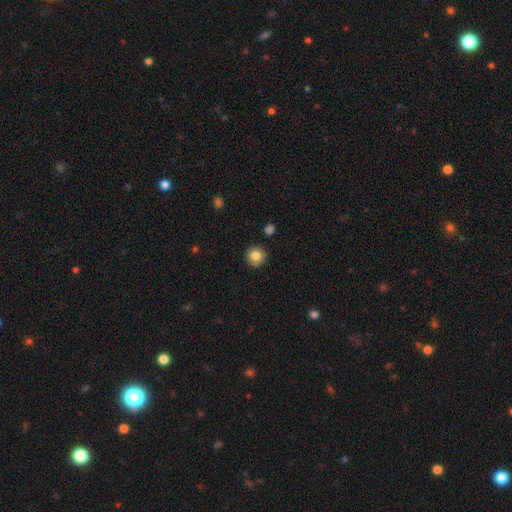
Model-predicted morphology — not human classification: Q: Smooth or featured?
A: smooth (84%); runner-up: star or artifact (10%)
Q: How rounded?
A: round (92%); runner-up: in between (7%)
Q: Merging?
A: none (89%); runner-up: minor disturbance (7%)